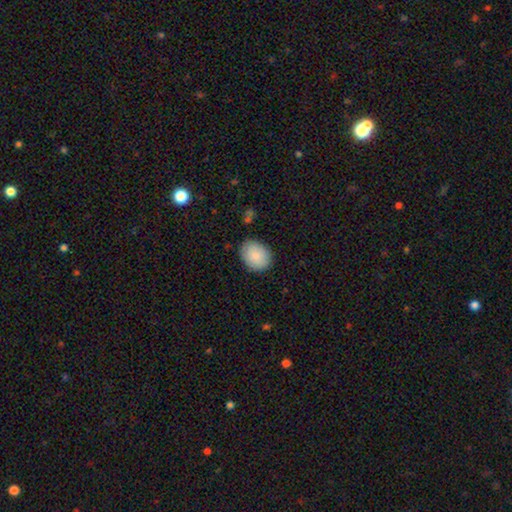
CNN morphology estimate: smooth_or_featured: smooth (p=0.88) [alt: star or artifact p=0.06]
how_rounded: in between (p=0.60) [alt: round p=0.39]
merging: none (p=0.84) [alt: minor disturbance p=0.12]